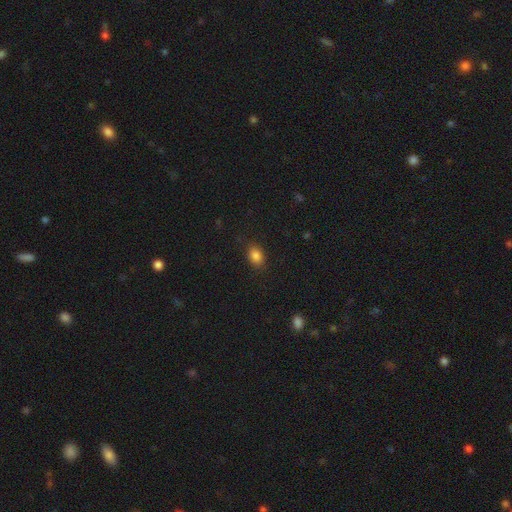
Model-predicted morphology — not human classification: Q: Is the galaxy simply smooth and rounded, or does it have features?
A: smooth — 85%.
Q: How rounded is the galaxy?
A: in between — 72%.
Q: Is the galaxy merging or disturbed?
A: none — 86%.